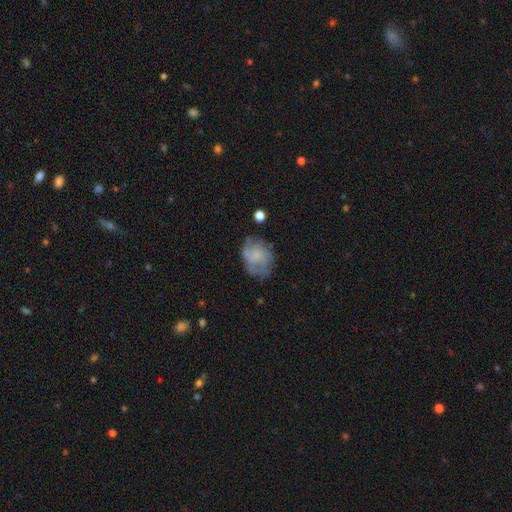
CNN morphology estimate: The model was most divided on "bulge size": none: 46%, small: 32%, moderate: 16%, large: 5%, dominant: 2%. More confident: edge-on disk — no (98%); spiral arms — yes (81%); bar — no (75%); merging — none (60%); smooth or featured — featured or disk (58%).